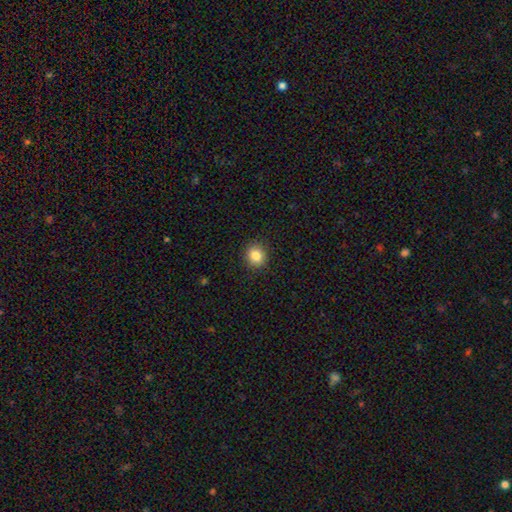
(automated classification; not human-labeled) Smooth or featured: smooth — 85% (star or artifact — 10%)
How rounded: round — 75% (in between — 24%)
Merging: none — 90% (minor disturbance — 7%)